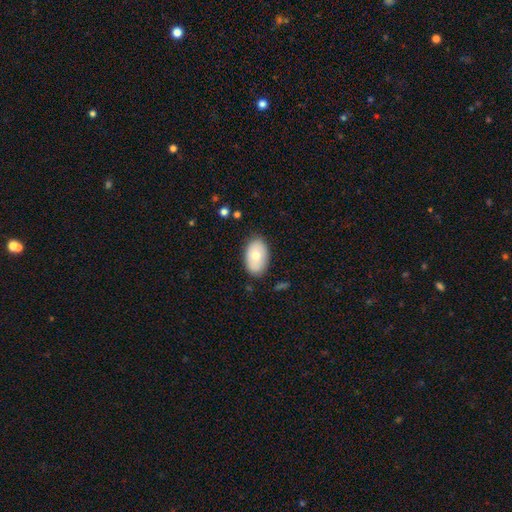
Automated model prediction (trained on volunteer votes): Smooth or featured?
  - smooth: 73% *
  - featured or disk: 21%
  - star or artifact: 7%
How rounded?
  - in between: 92% *
  - round: 7%
  - cigar-shaped: 1%
Merging?
  - none: 83% *
  - minor disturbance: 13%
  - major disturbance: 3%
  - merger: 1%